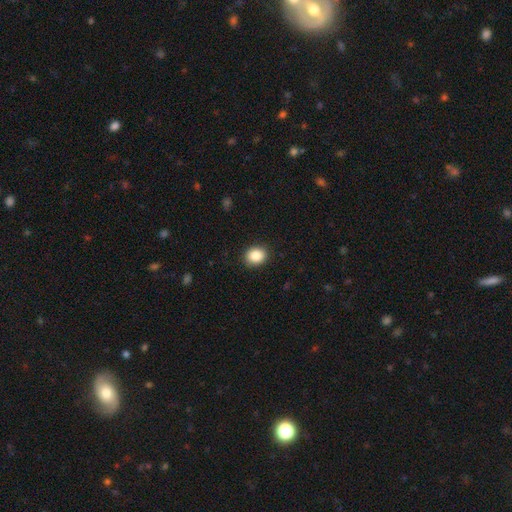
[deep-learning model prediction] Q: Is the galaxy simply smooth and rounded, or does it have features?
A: smooth — 87%.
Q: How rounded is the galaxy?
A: round — 57%.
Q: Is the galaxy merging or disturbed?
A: none — 90%.